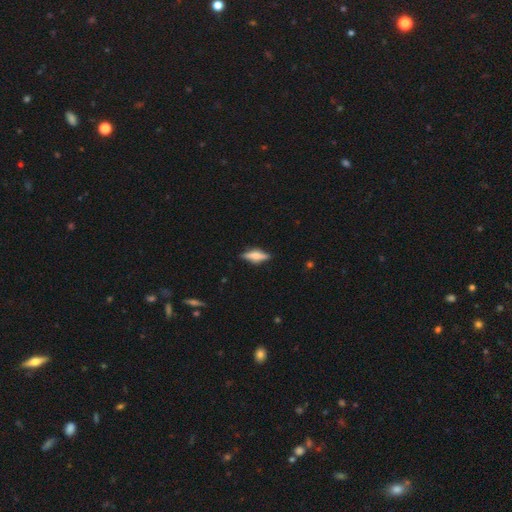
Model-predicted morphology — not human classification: smooth_or_featured: featured or disk (p=0.52) [alt: smooth p=0.41]
disk_edge_on: yes (p=0.93) [alt: no p=0.07]
merging: none (p=0.85) [alt: minor disturbance p=0.12]